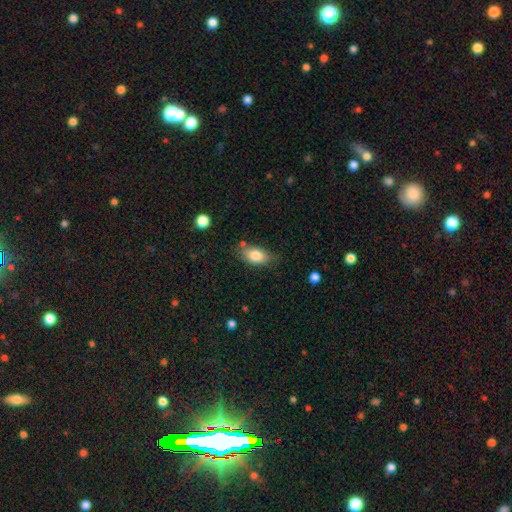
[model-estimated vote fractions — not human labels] This is clearly a smooth galaxy (81%). How rounded: clearly in between (89%). Merging: likely none (70%).